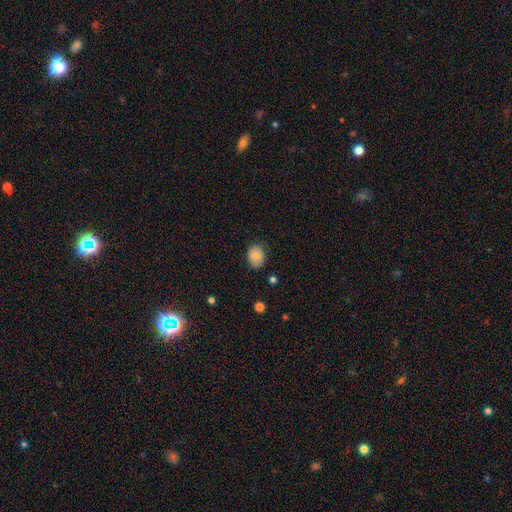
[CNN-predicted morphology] A smooth galaxy with no disk features (79%) that is in between round and cigar-shaped (61%).

Vote fractions:
- Smooth or featured? smooth: 79% / featured or disk: 13% / star or artifact: 8%
- How rounded? in between: 61% / round: 38% / cigar-shaped: 1%
- Merging? none: 79% / minor disturbance: 17% / major disturbance: 3% / merger: 1%